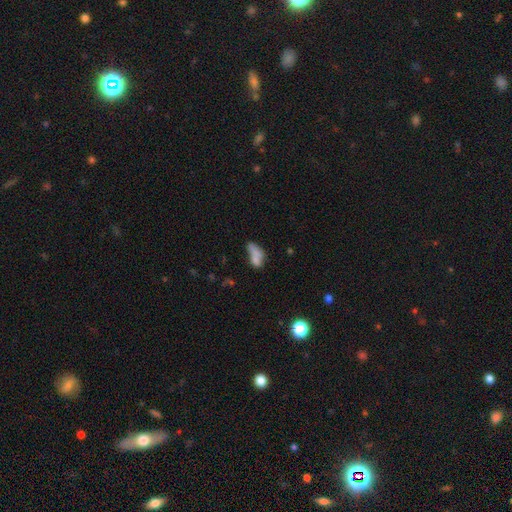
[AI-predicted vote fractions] This appears to be a smooth galaxy with no disk features (67%) that is in between round and cigar-shaped (80%). Merging: merger (40%).